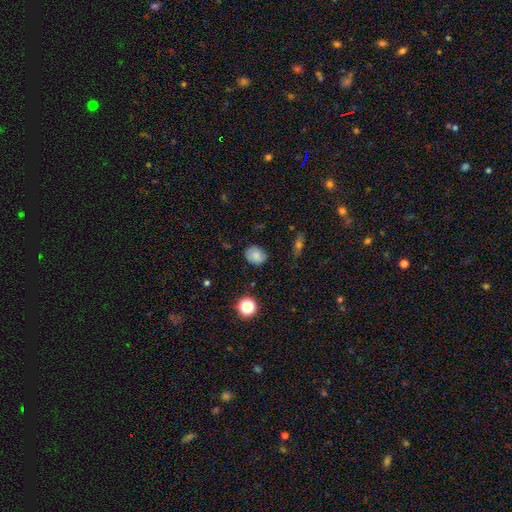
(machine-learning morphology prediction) smooth_or_featured: smooth (p=0.79) [alt: star or artifact p=0.11]
how_rounded: round (p=0.52) [alt: in between p=0.47]
merging: none (p=0.81) [alt: minor disturbance p=0.14]